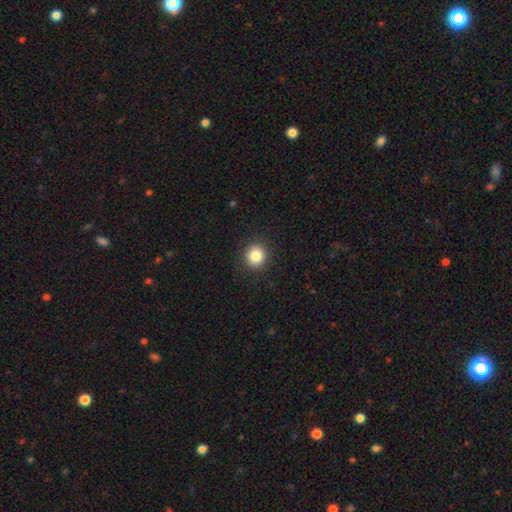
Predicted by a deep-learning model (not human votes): Smooth or featured? smooth (85%)
How rounded? round (89%)
Merging? none (91%)